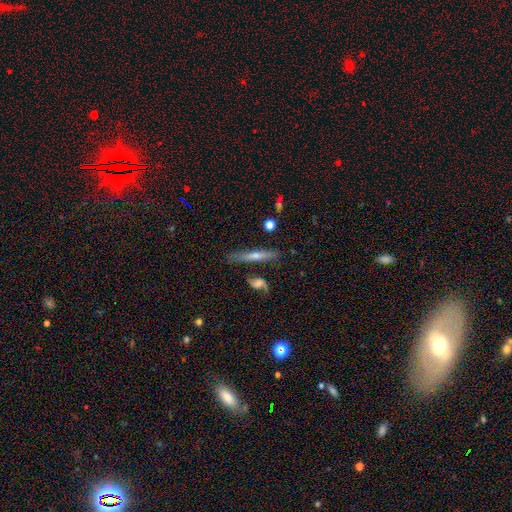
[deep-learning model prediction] This is possibly a featured or disk galaxy (54%). It is clearly viewed edge-on (90%). Merging: likely none (76%).